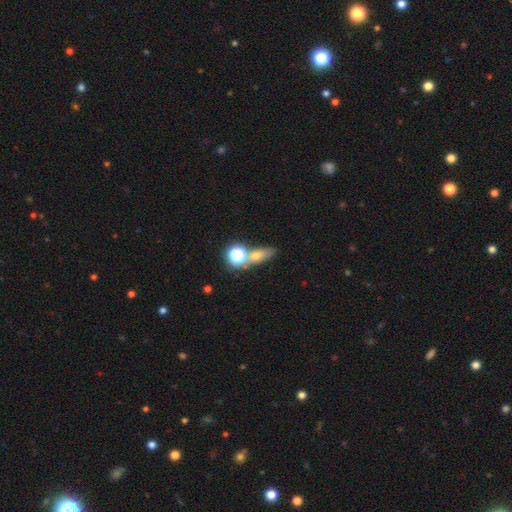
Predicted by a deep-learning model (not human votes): Q: Smooth or featured?
A: smooth (57%); runner-up: star or artifact (25%)
Q: How rounded?
A: in between (48%); runner-up: round (32%)
Q: Merging?
A: none (54%); runner-up: merger (29%)